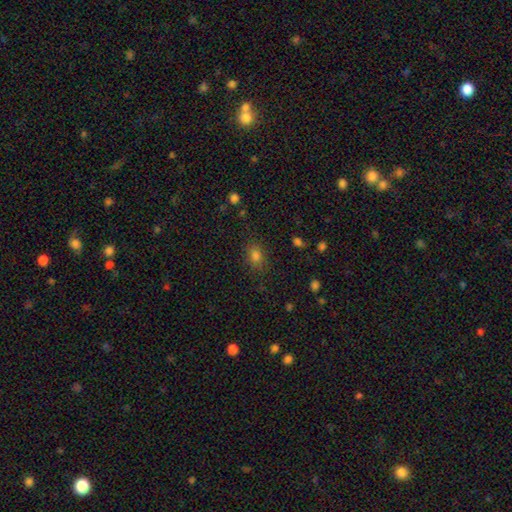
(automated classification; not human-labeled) Smooth or featured?
  - smooth: 77% *
  - star or artifact: 16%
  - featured or disk: 7%
How rounded?
  - in between: 65% *
  - round: 33%
  - cigar-shaped: 2%
Merging?
  - none: 85% *
  - minor disturbance: 11%
  - major disturbance: 3%
  - merger: 1%